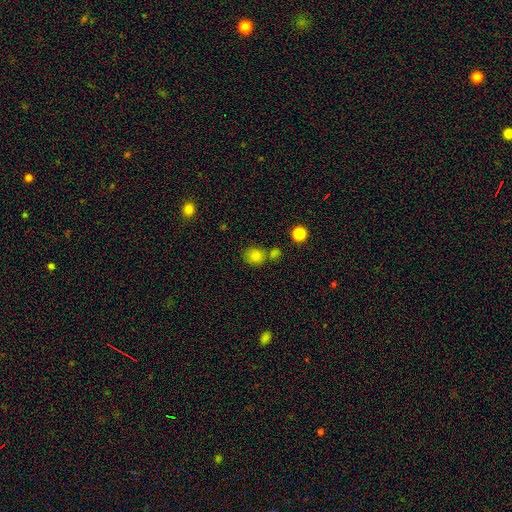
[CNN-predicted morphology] type=smooth (81%); roundness=round (80%); merging=none (66%).